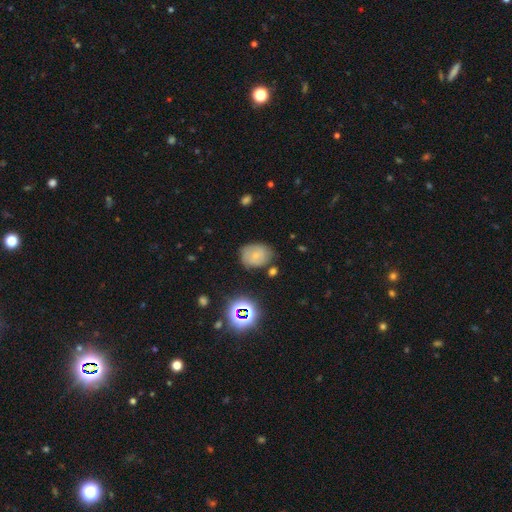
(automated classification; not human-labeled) Smooth or featured? Predicted: smooth (p=0.60). How rounded? Predicted: round (p=0.51). Merging? Predicted: none (p=0.66).